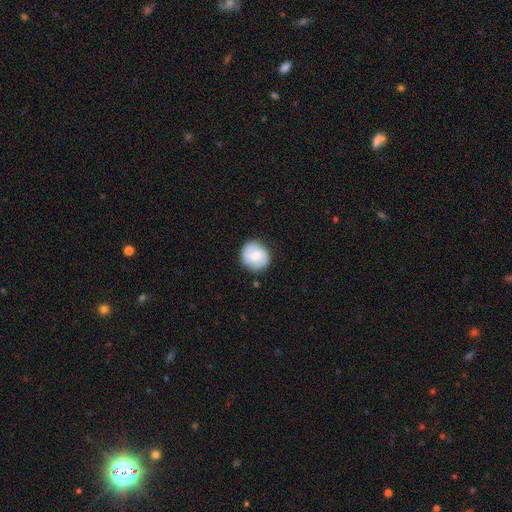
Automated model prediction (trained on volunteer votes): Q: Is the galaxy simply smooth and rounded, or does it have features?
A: smooth — 63%.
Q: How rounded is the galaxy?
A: round — 90%.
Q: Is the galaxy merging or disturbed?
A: none — 81%.